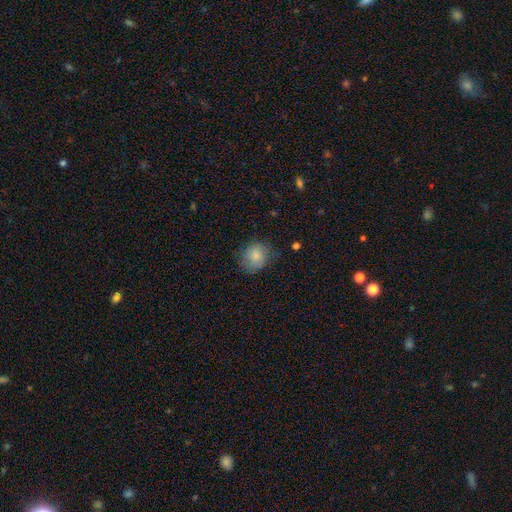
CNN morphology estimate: Smooth or featured? smooth (81%)
How rounded? round (75%)
Merging? none (66%)